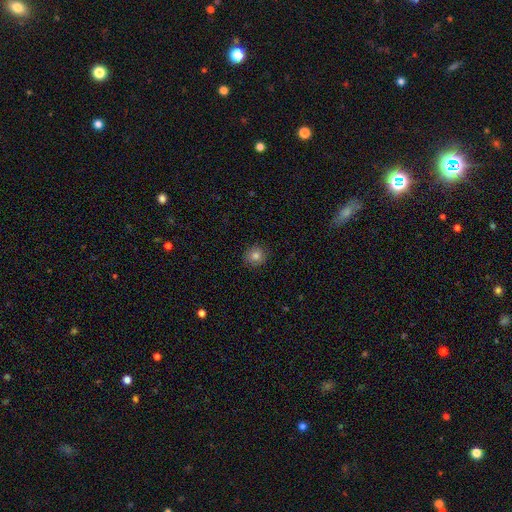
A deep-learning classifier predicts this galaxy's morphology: Smooth or featured? Predicted: smooth (p=0.82). How rounded? Predicted: round (p=0.85). Merging? Predicted: none (p=0.89).